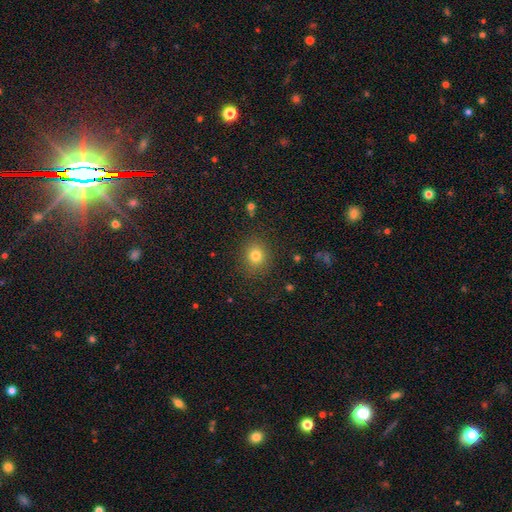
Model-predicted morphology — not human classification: type=smooth (80%); roundness=round (77%); merging=none (88%).